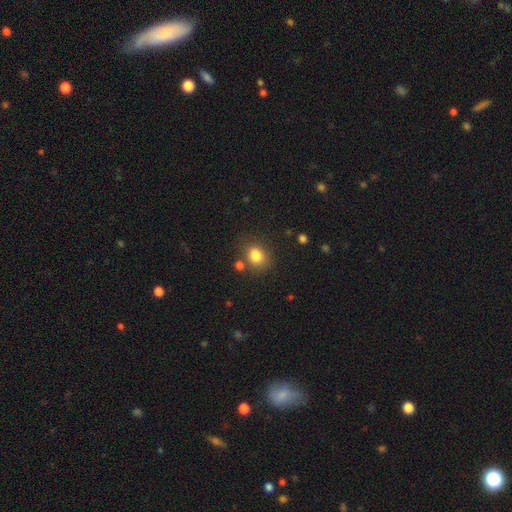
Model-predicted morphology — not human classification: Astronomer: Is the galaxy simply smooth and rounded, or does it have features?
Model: smooth — 82%.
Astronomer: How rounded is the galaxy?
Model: round — 53% (runner-up: in between, 46%).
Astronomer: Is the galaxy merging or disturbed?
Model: none — 71%.